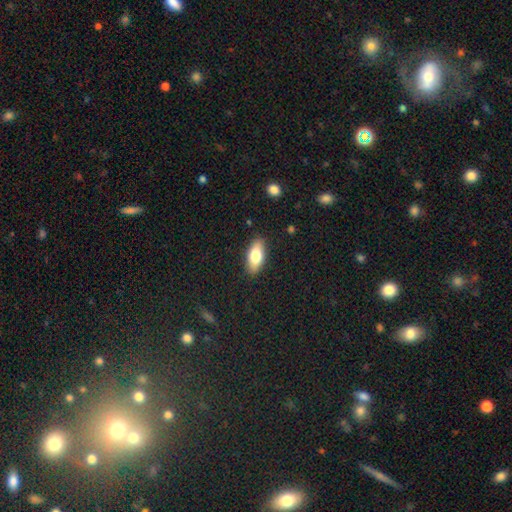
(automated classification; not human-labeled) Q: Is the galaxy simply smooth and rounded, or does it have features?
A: smooth — 76%.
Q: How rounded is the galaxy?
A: in between — 85%.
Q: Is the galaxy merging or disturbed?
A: none — 87%.